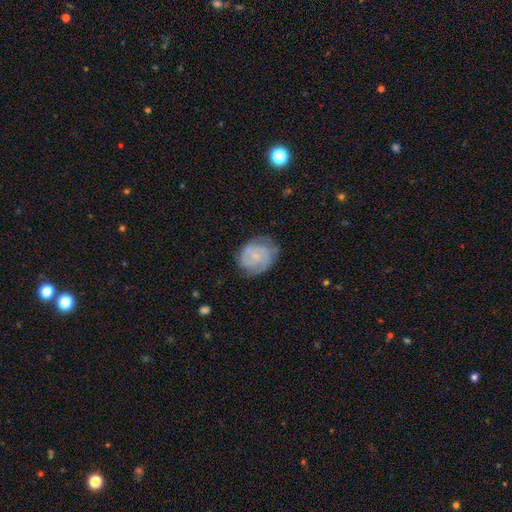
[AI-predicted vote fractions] Q: Smooth or featured?
A: featured or disk (65%); runner-up: smooth (28%)
Q: Edge-on disk?
A: no (98%); runner-up: yes (2%)
Q: Bar?
A: no (69%); runner-up: weak (27%)
Q: Spiral arms?
A: yes (90%); runner-up: no (10%)
Q: Spiral winding?
A: tight (57%); runner-up: medium (33%)
Q: Spiral arm count?
A: 2 (46%); runner-up: can't tell (29%)
Q: Bulge size?
A: small (72%); runner-up: moderate (14%)
Q: Merging?
A: none (67%); runner-up: minor disturbance (23%)